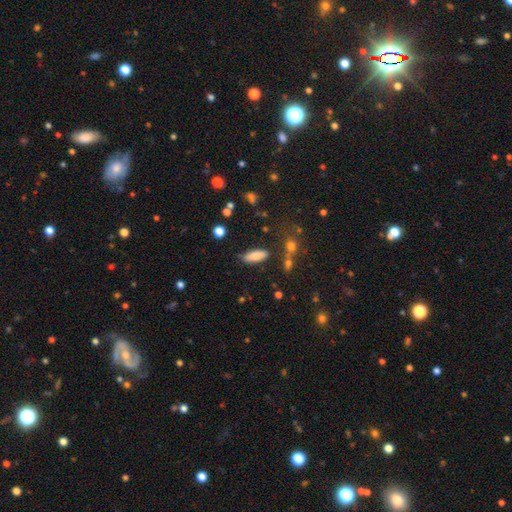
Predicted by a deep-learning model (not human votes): Morphology: type=smooth (83%); roundness=in between (68%); merging=none (79%).